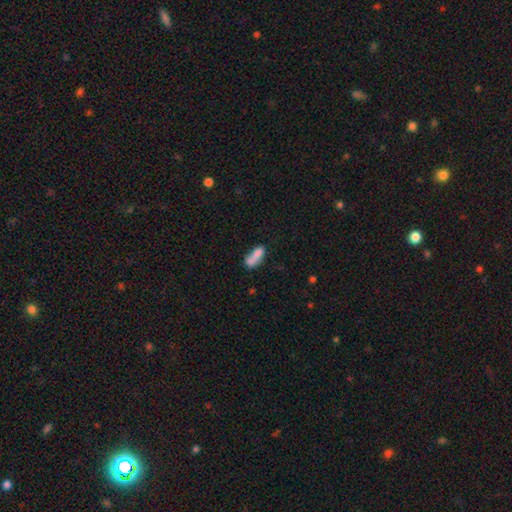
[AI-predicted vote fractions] Smooth or featured? smooth (73%)
How rounded? in between (67%)
Merging? merger (38%)